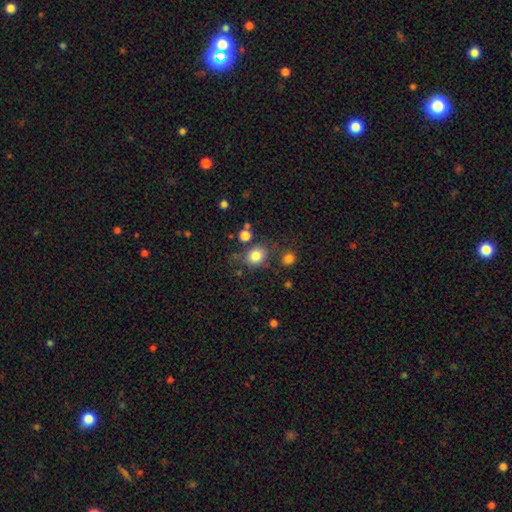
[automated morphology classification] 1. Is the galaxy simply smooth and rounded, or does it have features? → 81% smooth, 11% star or artifact, 8% featured or disk.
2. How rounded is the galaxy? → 63% round, 36% in between, 1% cigar-shaped.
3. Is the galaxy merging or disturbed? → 69% none, 16% minor disturbance, 9% merger, 6% major disturbance.